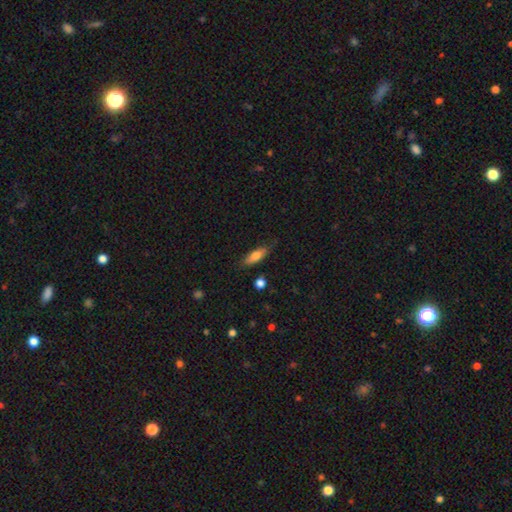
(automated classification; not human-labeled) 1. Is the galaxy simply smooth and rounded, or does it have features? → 75% smooth, 18% featured or disk, 7% star or artifact.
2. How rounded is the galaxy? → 59% in between, 38% cigar-shaped, 3% round.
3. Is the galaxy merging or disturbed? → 76% none, 18% minor disturbance, 4% major disturbance, 2% merger.